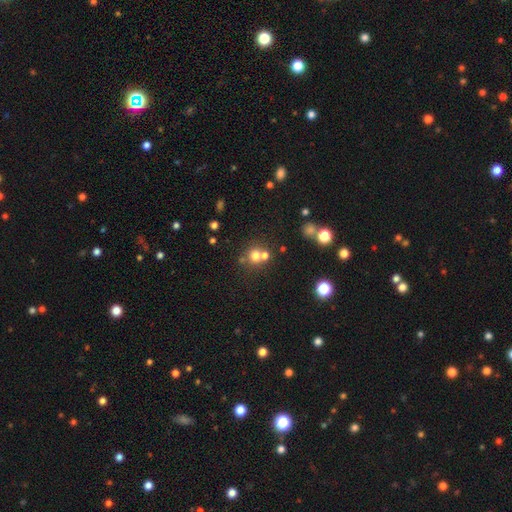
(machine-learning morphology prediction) A smooth galaxy with no disk features (70%) that is round (87%).

Vote fractions:
- Smooth or featured? smooth: 70% / star or artifact: 18% / featured or disk: 13%
- How rounded? round: 87% / in between: 12% / cigar-shaped: 1%
- Merging? none: 53% / merger: 35% / minor disturbance: 8% / major disturbance: 4%